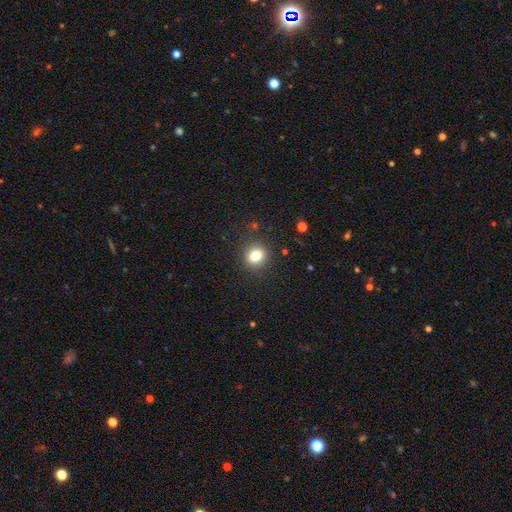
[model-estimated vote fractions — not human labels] Smooth or featured?
  - smooth: 81% *
  - star or artifact: 12%
  - featured or disk: 7%
How rounded?
  - round: 79% *
  - in between: 20%
  - cigar-shaped: 1%
Merging?
  - none: 88% *
  - minor disturbance: 8%
  - major disturbance: 3%
  - merger: 1%